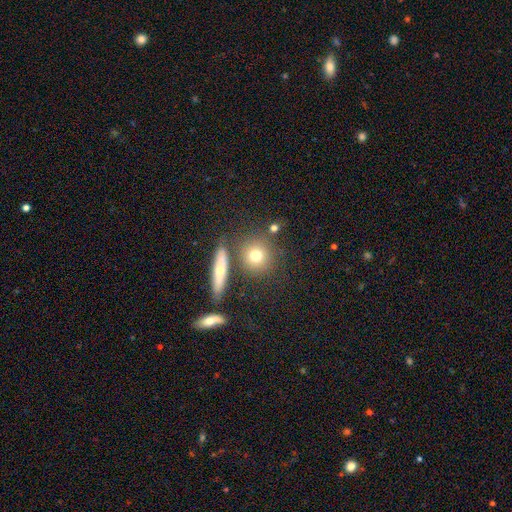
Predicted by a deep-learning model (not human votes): Q: Smooth or featured?
A: smooth (72%); runner-up: featured or disk (16%)
Q: How rounded?
A: round (84%); runner-up: in between (13%)
Q: Merging?
A: none (75%); runner-up: merger (12%)